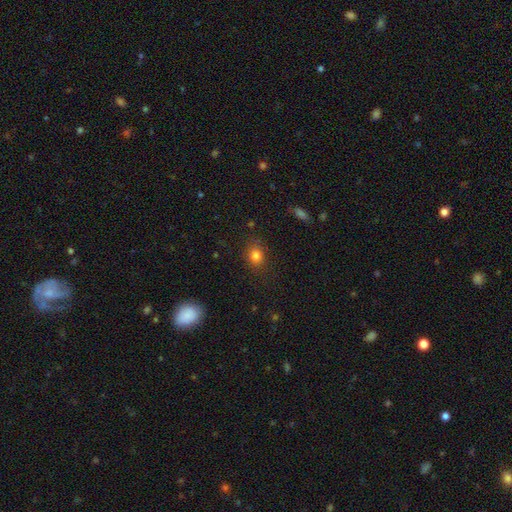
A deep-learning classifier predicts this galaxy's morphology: Smooth or featured? smooth (81%)
How rounded? round (57%)
Merging? none (83%)